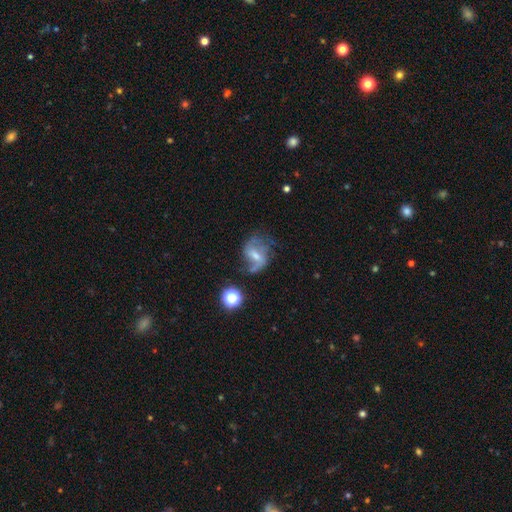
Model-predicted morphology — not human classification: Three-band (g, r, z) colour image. It shows a featured or disk galaxy (68%) with a weak bar (51%), 2 (67%) loose (55%) spiral arms (82%) and a moderate central bulge (39%, tied with small). Merging: none (45%).